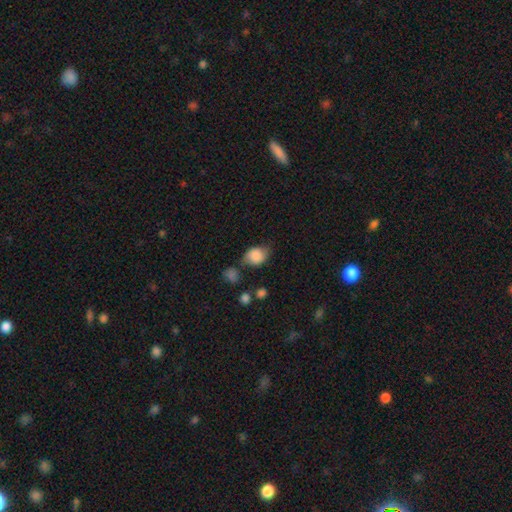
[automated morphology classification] This is likely a smooth galaxy (80%). How rounded: possibly in between (55%). Merging: possibly none (52%).